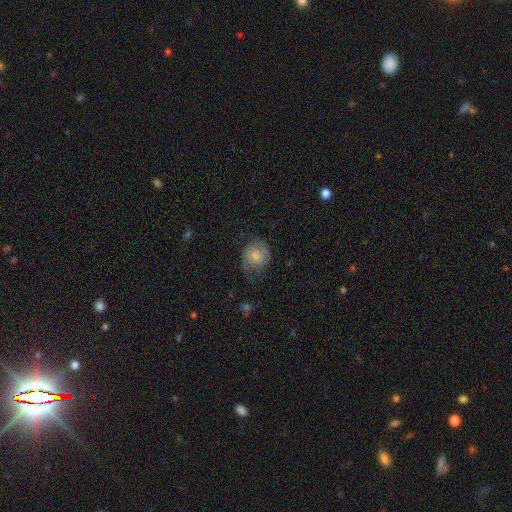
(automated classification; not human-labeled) A smooth galaxy with no disk features (61%) that is round (71%).

Vote fractions:
- Smooth or featured? smooth: 61% / featured or disk: 31% / star or artifact: 8%
- How rounded? round: 71% / in between: 28% / cigar-shaped: 1%
- Merging? none: 54% / minor disturbance: 28% / major disturbance: 16% / merger: 1%